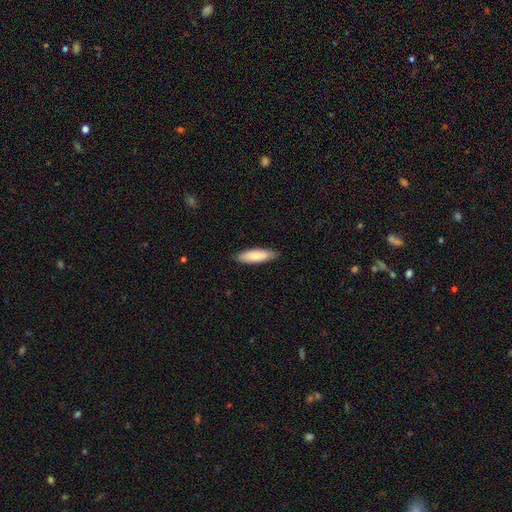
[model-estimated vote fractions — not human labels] smooth_or_featured: smooth (p=0.83) [alt: featured or disk p=0.12]
how_rounded: cigar-shaped (p=0.52) [alt: in between p=0.46]
merging: none (p=0.84) [alt: minor disturbance p=0.13]